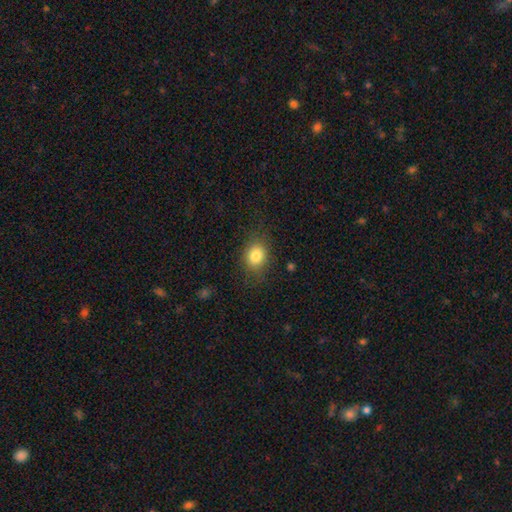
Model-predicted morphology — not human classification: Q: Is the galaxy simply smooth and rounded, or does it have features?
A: smooth — 82%.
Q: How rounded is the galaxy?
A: round — 54%.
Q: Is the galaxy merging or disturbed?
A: none — 79%.